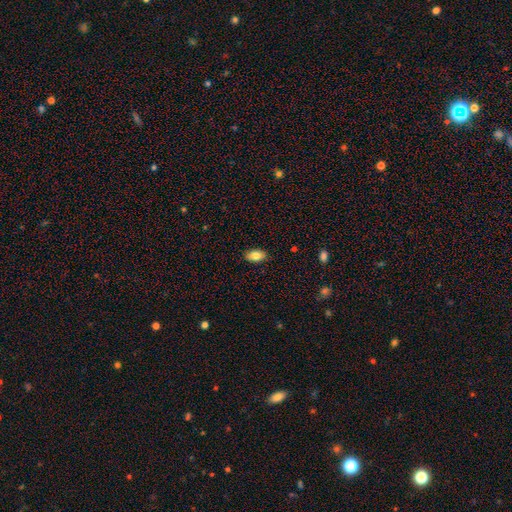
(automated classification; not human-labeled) This appears to be a smooth galaxy with no disk features (83%) that is in between round and cigar-shaped (92%). Merging: none (88%).